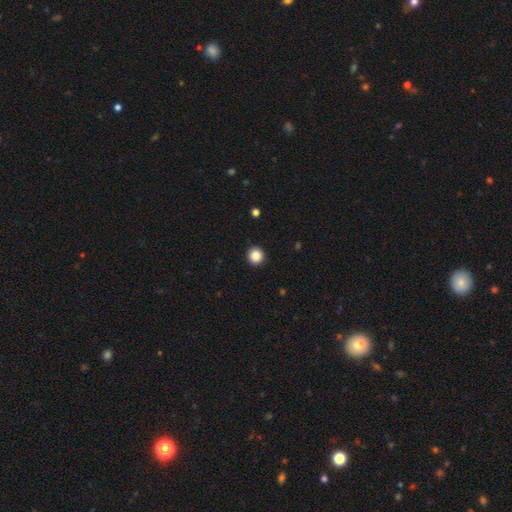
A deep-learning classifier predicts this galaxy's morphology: smooth 86%, star or artifact 10%, featured or disk 4%. Down the decision tree: how rounded — round (95%); merging — none (93%).